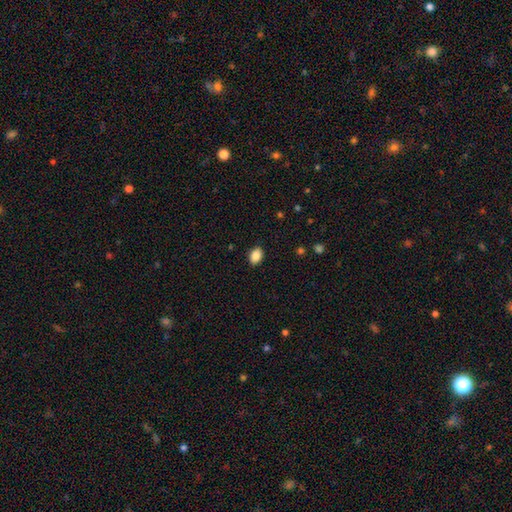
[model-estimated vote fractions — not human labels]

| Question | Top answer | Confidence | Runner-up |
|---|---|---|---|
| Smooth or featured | smooth | 87% | star or artifact (8%) |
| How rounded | in between | 79% | round (20%) |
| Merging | none | 88% | minor disturbance (9%) |